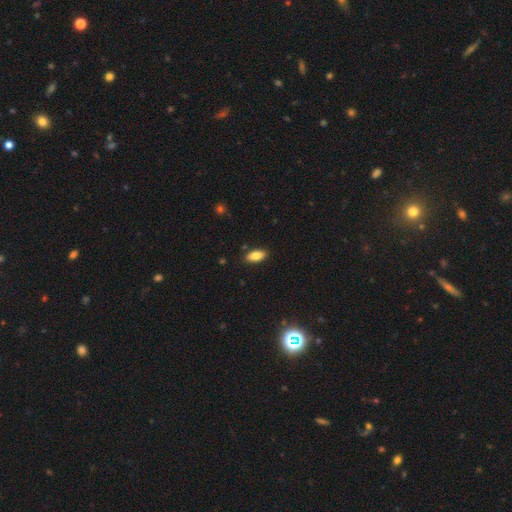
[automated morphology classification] Smooth or featured?
  - smooth: 84% *
  - featured or disk: 9%
  - star or artifact: 8%
How rounded?
  - in between: 90% *
  - cigar-shaped: 8%
  - round: 3%
Merging?
  - none: 87% *
  - minor disturbance: 10%
  - major disturbance: 2%
  - merger: 1%